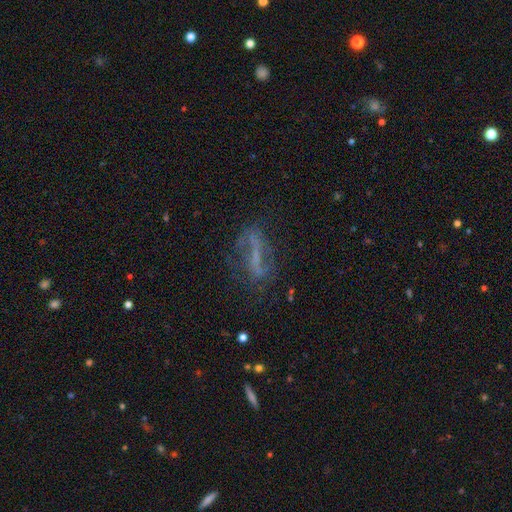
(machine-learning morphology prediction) The model was most divided on "bar": strong: 49%, weak: 26%, no: 25%. More confident: edge-on disk — no (82%); spiral arms — yes (66%); smooth or featured — featured or disk (64%); merging — none (62%); bulge size — none (59%).